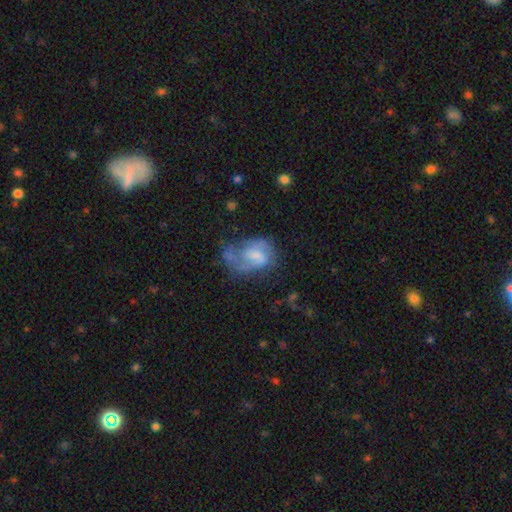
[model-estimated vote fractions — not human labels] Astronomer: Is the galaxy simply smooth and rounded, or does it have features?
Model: featured or disk — 63%.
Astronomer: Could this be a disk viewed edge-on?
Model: no — 97%.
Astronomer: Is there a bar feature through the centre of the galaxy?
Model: weak — 46% (runner-up: no, 42%).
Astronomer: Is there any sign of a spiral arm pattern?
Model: yes — 74%.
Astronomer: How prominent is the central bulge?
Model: small — 37% (runner-up: moderate, 28%).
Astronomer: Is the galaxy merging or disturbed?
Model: major disturbance — 36% (runner-up: none, 33%).